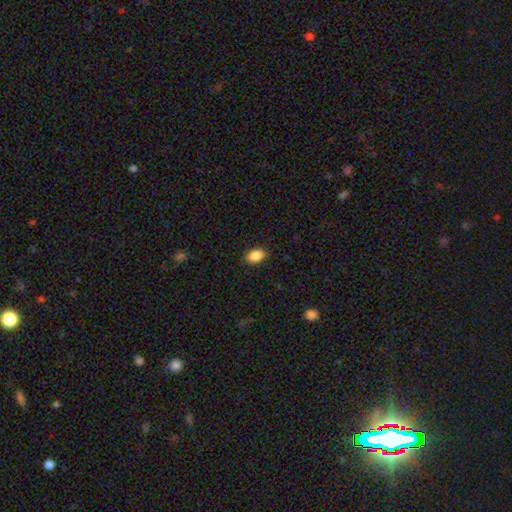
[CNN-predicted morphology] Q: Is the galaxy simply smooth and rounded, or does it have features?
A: smooth — 89%.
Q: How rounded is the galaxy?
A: in between — 88%.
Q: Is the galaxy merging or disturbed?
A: none — 88%.